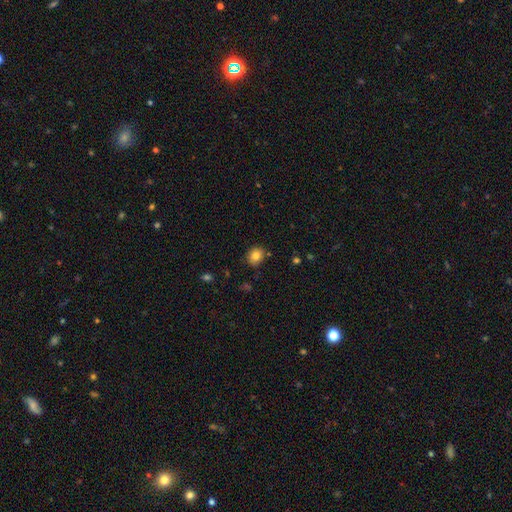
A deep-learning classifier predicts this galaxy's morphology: A smooth galaxy with no disk features (82%) that is round (71%). Merging: none (83%).